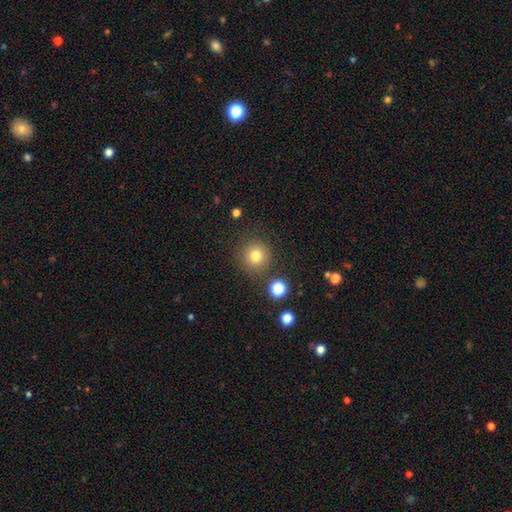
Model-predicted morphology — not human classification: smooth-or-featured: smooth: 79% | star or artifact: 13% | featured or disk: 7%
  how-rounded: round: 94% | in between: 5% | cigar-shaped: 1%
  merging: none: 84% | minor disturbance: 8% | merger: 4% | major disturbance: 3%